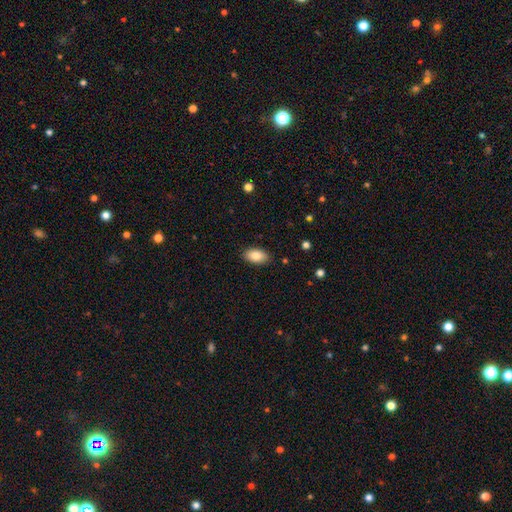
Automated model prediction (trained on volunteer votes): A smooth galaxy with no disk features (84%) that is in between round and cigar-shaped (93%).

Vote fractions:
- Smooth or featured? smooth: 84% / featured or disk: 9% / star or artifact: 7%
- How rounded? in between: 93% / round: 5% / cigar-shaped: 2%
- Merging? none: 88% / minor disturbance: 9% / major disturbance: 2% / merger: 1%